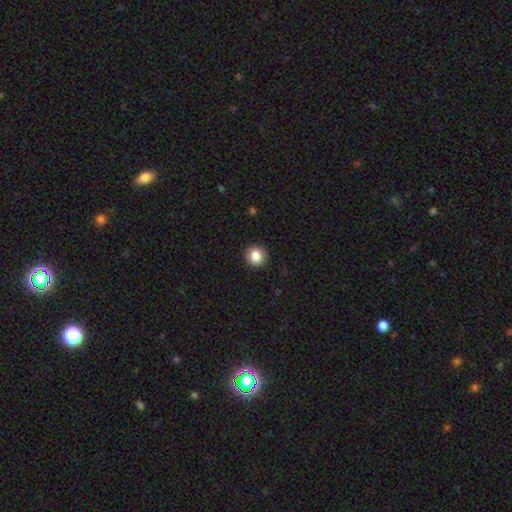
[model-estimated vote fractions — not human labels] Smooth or featured: smooth — 85% (star or artifact — 10%)
How rounded: round — 94% (in between — 5%)
Merging: none — 92% (minor disturbance — 5%)